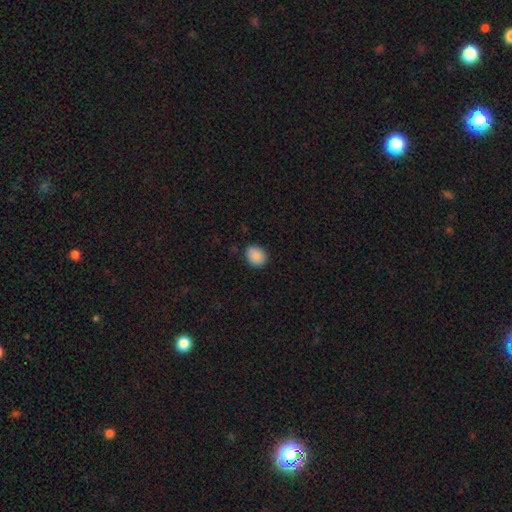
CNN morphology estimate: A smooth galaxy with no disk features (88%) that is round (67%).

Vote fractions:
- Smooth or featured? smooth: 88% / star or artifact: 8% / featured or disk: 4%
- How rounded? round: 67% / in between: 32% / cigar-shaped: 1%
- Merging? none: 77% / minor disturbance: 18% / major disturbance: 3% / merger: 2%